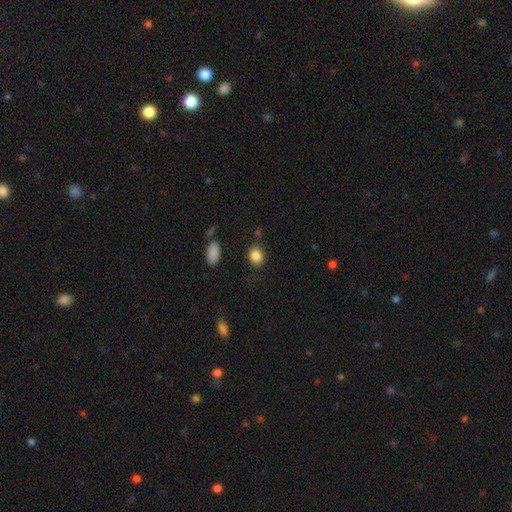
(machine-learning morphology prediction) Smooth or featured? Predicted: smooth (p=0.86). How rounded? Predicted: in between (p=0.53). Merging? Predicted: none (p=0.79).